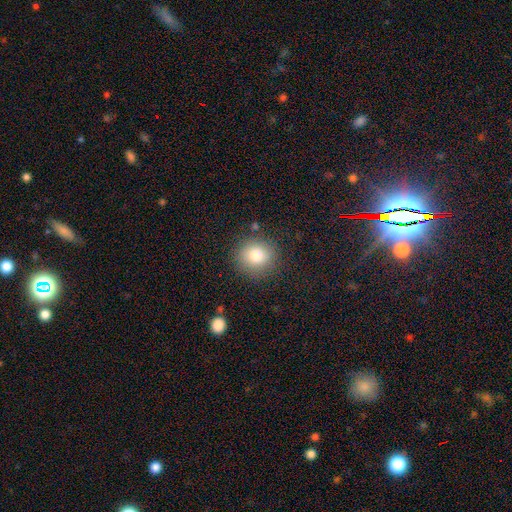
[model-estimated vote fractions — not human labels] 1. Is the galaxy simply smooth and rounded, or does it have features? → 81% smooth, 10% star or artifact, 8% featured or disk.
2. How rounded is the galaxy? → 88% round, 11% in between, 1% cigar-shaped.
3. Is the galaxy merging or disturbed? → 85% none, 10% minor disturbance, 3% major disturbance, 2% merger.